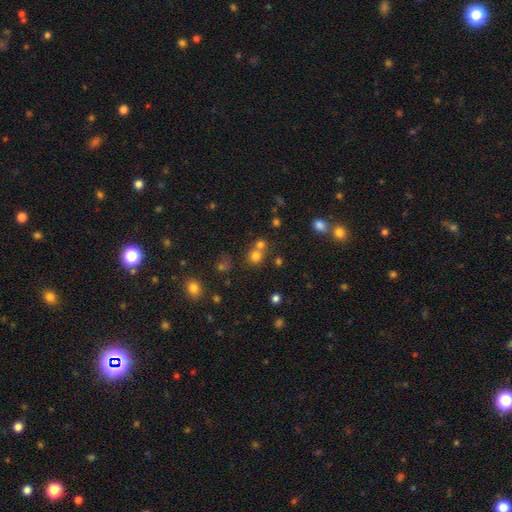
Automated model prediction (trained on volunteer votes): A smooth galaxy with no disk features (71%) that is round (86%). Merging: none (52%).